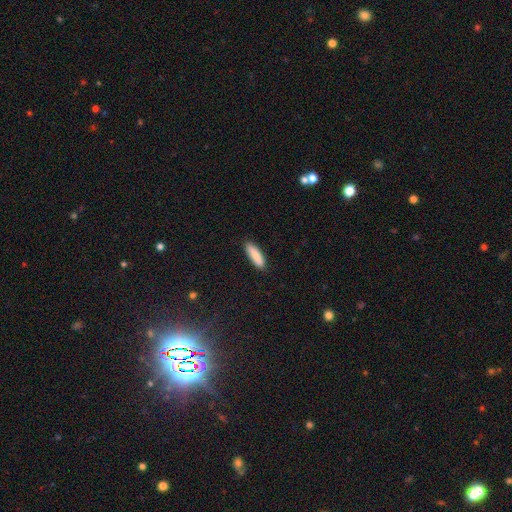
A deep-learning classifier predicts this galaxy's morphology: type=smooth (87%); roundness=cigar-shaped (55%); merging=none (88%).